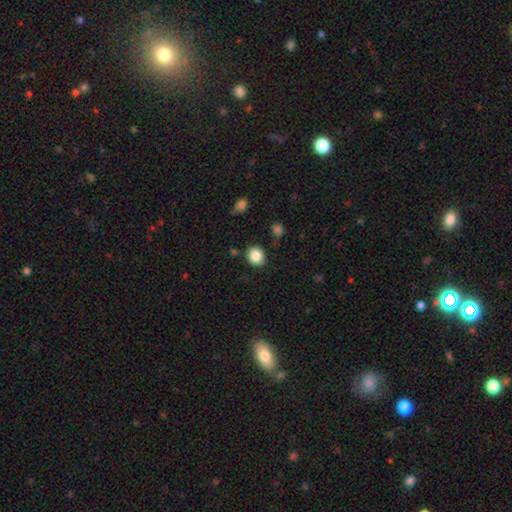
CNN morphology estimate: Q: Smooth or featured?
A: smooth (85%); runner-up: star or artifact (9%)
Q: How rounded?
A: round (81%); runner-up: in between (18%)
Q: Merging?
A: none (87%); runner-up: minor disturbance (8%)